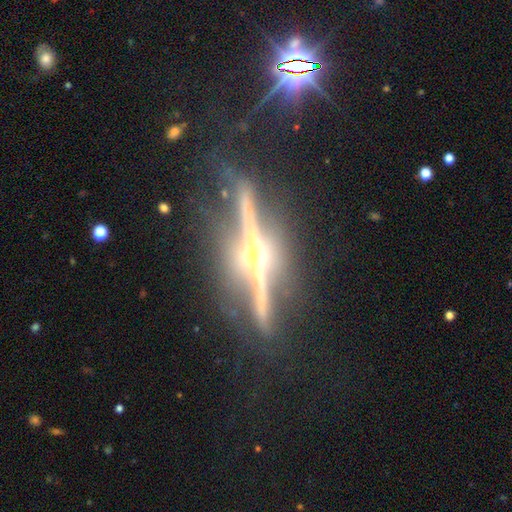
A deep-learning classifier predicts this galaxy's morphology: This is clearly a featured or disk galaxy (89%). It is clearly viewed edge-on (98%). Edge-on bulge: clearly rounded (91%). Merging: clearly none (80%).